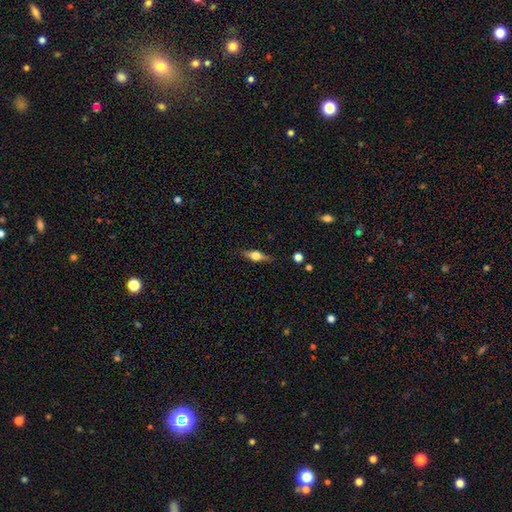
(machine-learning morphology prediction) smooth-or-featured: featured or disk: 48% | smooth: 45% | star or artifact: 7%
  merging: none: 84% | minor disturbance: 12% | major disturbance: 3% | merger: 2%